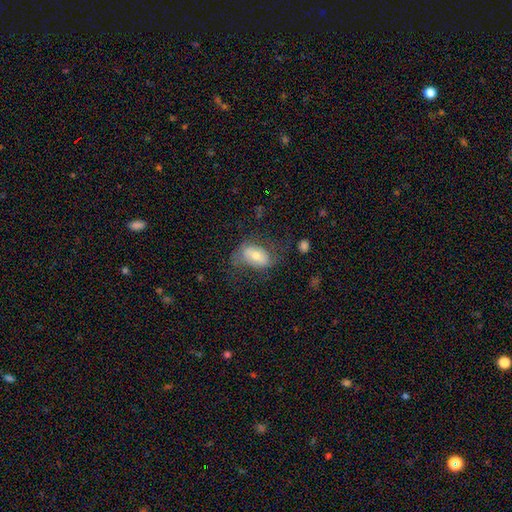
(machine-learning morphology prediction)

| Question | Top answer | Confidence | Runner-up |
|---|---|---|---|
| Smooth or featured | smooth | 54% | featured or disk (39%) |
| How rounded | in between | 87% | round (11%) |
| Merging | none | 51% | minor disturbance (24%) |